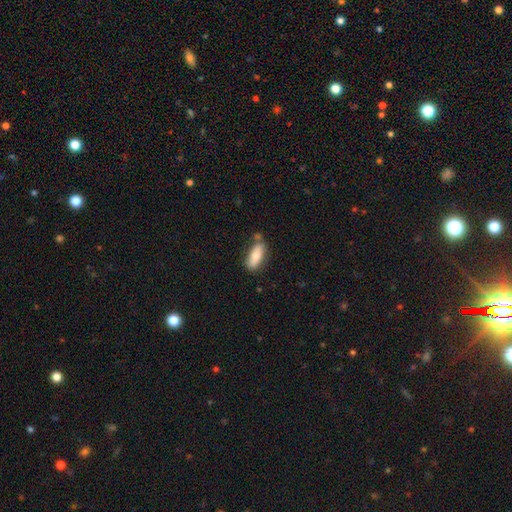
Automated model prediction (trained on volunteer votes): smooth_or_featured: smooth (p=0.76) [alt: featured or disk p=0.18]
how_rounded: in between (p=0.73) [alt: cigar-shaped p=0.25]
merging: none (p=0.68) [alt: minor disturbance p=0.18]